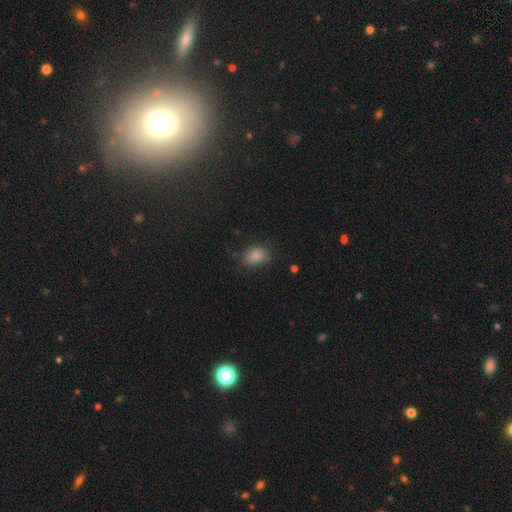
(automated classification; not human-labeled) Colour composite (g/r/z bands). It shows a smooth galaxy with no disk features (84%) that is in between round and cigar-shaped (73%). Merging: none (71%).